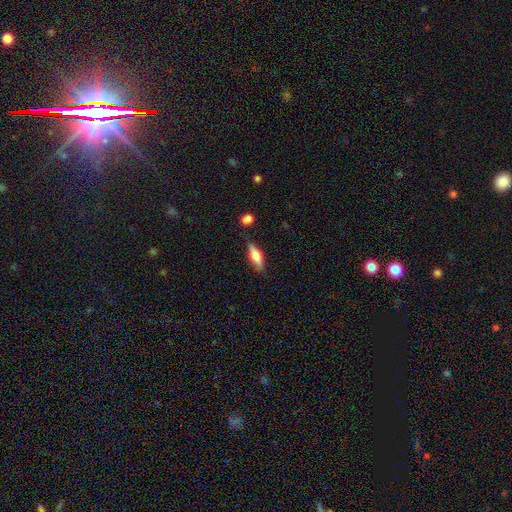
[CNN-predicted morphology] A smooth galaxy with no disk features (67%) that is in between round and cigar-shaped (55%). Merging: none (74%).